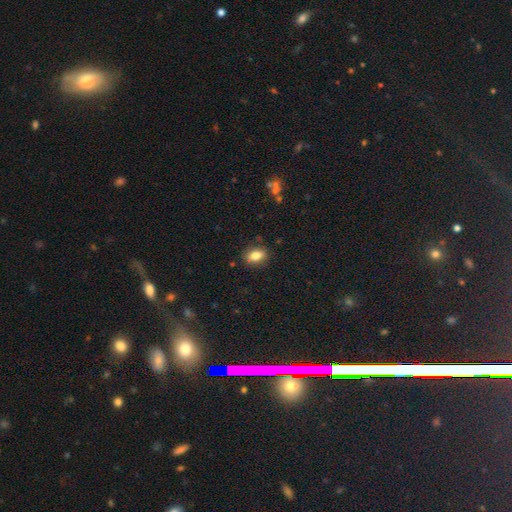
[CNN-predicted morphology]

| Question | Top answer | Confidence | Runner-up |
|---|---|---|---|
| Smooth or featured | smooth | 81% | featured or disk (10%) |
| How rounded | in between | 77% | round (20%) |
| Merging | none | 85% | minor disturbance (11%) |